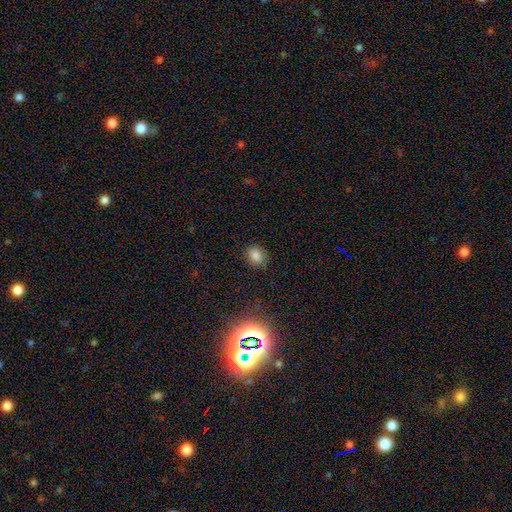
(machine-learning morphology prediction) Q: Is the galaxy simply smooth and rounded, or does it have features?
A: smooth — 81%.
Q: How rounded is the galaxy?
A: round — 60%.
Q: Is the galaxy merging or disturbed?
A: none — 86%.